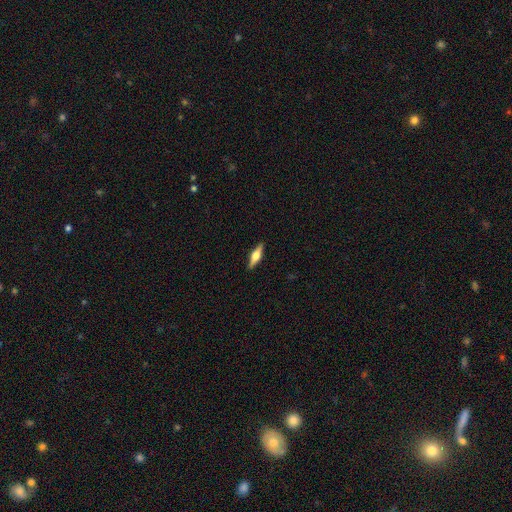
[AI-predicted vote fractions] Smooth or featured? featured or disk (65%)
Edge-on disk? yes (97%)
Edge-on bulge? rounded (92%)
Merging? none (90%)